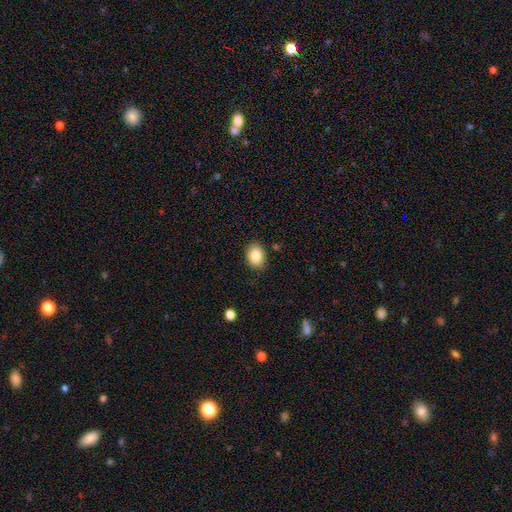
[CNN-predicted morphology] smooth_or_featured: smooth (p=0.85) [alt: star or artifact p=0.08]
how_rounded: in between (p=0.65) [alt: round p=0.34]
merging: none (p=0.85) [alt: minor disturbance p=0.11]